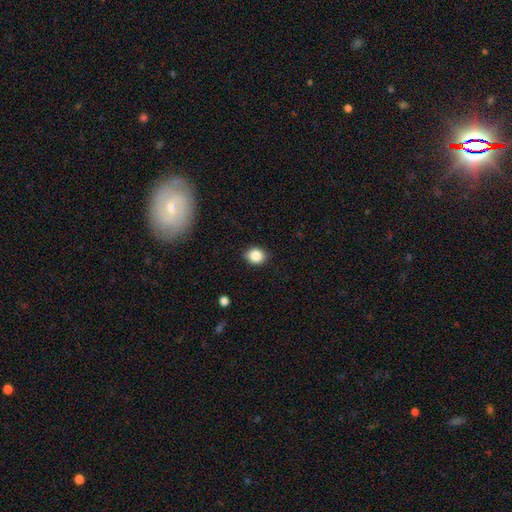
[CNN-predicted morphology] A smooth galaxy with no disk features (86%) that is round (57%). Merging: none (89%).